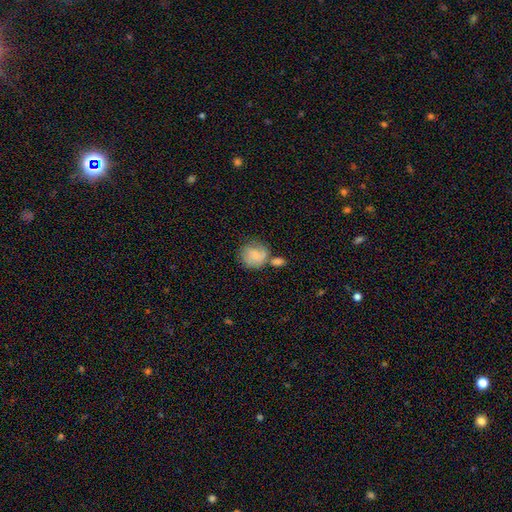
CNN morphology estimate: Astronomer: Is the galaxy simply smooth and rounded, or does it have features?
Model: smooth — 74%.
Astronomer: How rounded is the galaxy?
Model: round — 74%.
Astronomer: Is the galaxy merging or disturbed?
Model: none — 37% (runner-up: merger, 28%).